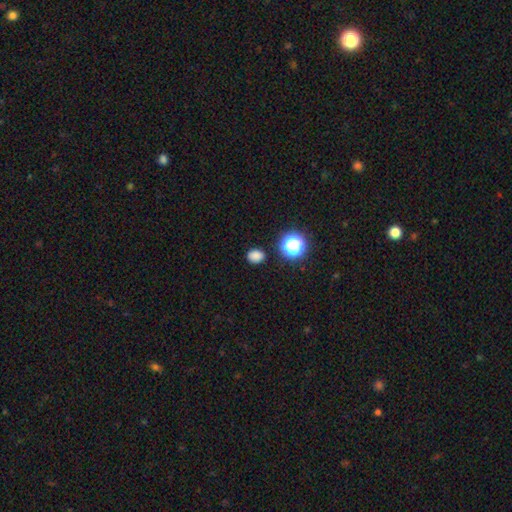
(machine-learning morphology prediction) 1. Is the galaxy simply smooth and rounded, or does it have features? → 81% smooth, 15% star or artifact, 4% featured or disk.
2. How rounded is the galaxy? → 53% round, 47% in between, 1% cigar-shaped.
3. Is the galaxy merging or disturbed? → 87% none, 9% minor disturbance, 2% major disturbance, 2% merger.